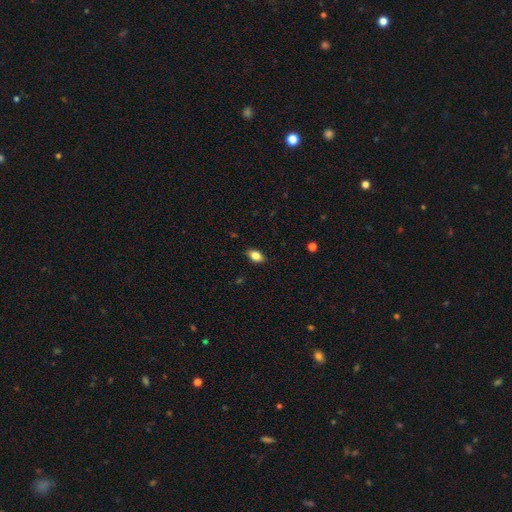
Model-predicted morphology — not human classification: Smooth or featured: smooth — 82% (featured or disk — 9%)
How rounded: in between — 85% (round — 12%)
Merging: none — 86% (minor disturbance — 11%)